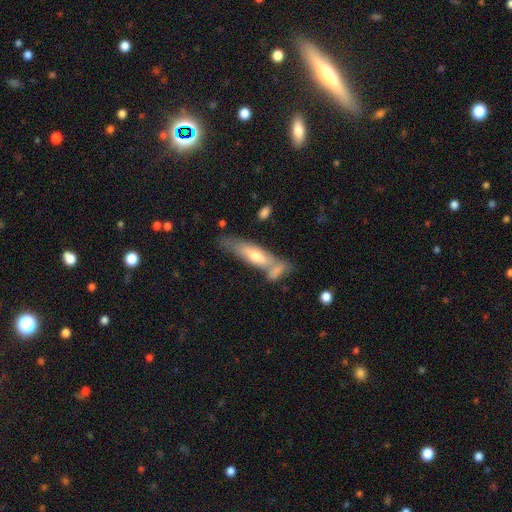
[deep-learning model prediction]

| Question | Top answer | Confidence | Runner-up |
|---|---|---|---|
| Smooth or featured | smooth | 53% | featured or disk (41%) |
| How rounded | cigar-shaped | 64% | in between (34%) |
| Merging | none | 43% | merger (31%) |